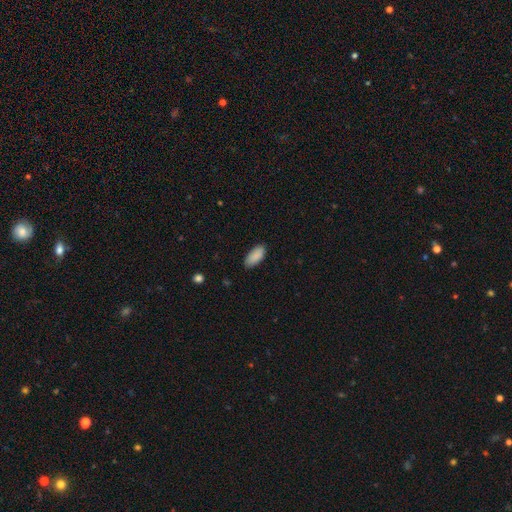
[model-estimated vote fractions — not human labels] Morphology: type=smooth (90%); roundness=in between (89%); merging=none (85%).